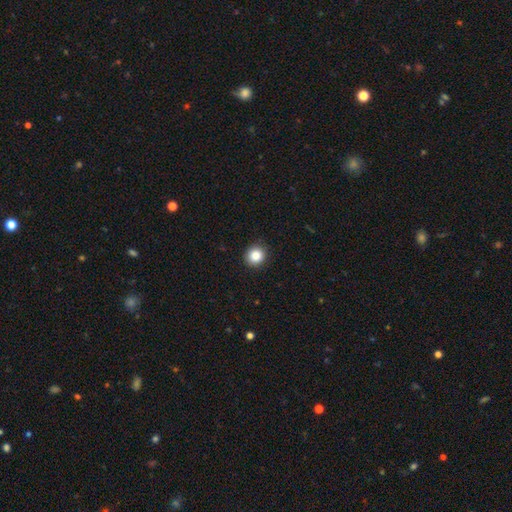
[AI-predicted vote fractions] Q: Smooth or featured?
A: smooth (86%); runner-up: star or artifact (10%)
Q: How rounded?
A: round (91%); runner-up: in between (8%)
Q: Merging?
A: none (91%); runner-up: minor disturbance (6%)